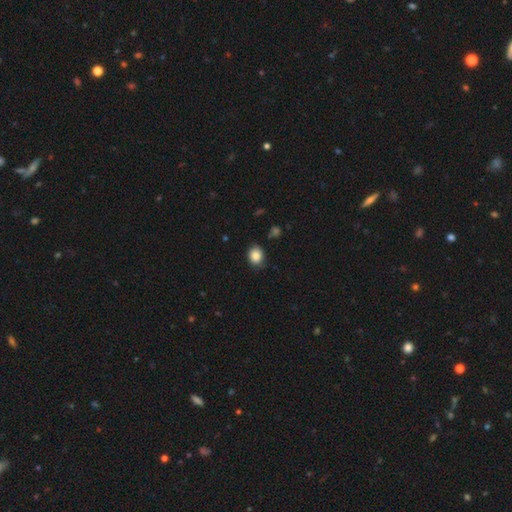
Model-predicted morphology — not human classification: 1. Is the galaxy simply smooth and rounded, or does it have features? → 86% smooth, 9% star or artifact, 5% featured or disk.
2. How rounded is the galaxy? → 58% round, 42% in between, 1% cigar-shaped.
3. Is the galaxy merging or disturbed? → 79% none, 17% minor disturbance, 3% major disturbance, 2% merger.